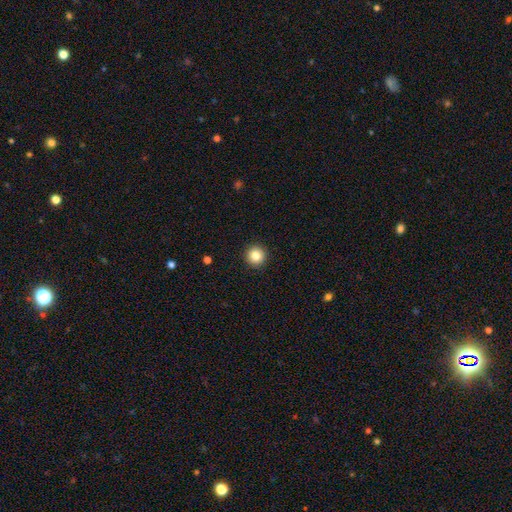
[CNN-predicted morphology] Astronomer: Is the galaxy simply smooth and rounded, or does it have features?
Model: smooth — 84%.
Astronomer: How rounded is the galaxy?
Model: round — 96%.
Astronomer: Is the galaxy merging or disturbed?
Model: none — 93%.